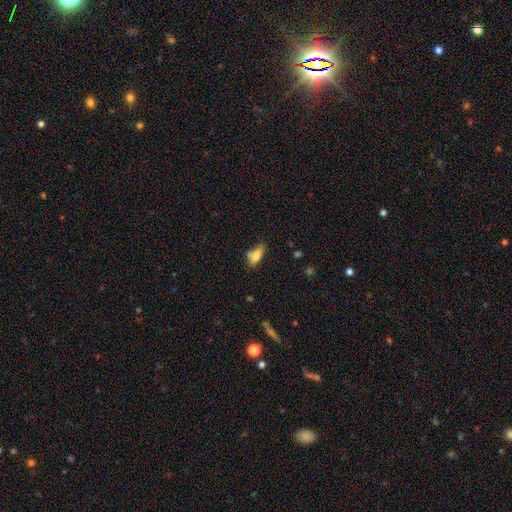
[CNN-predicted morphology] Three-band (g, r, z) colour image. It shows a smooth galaxy with no disk features (79%) that is in between round and cigar-shaped (80%). Merging: none (53%).